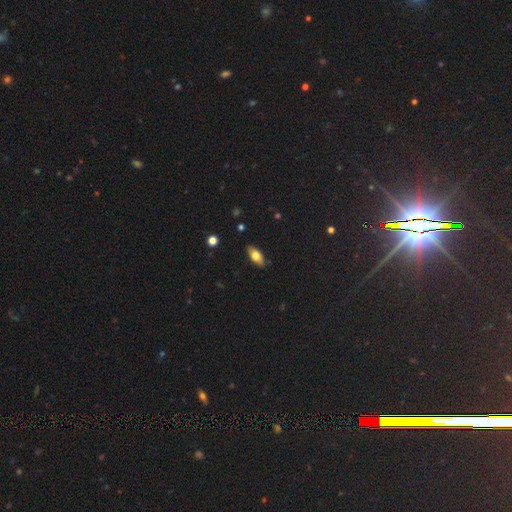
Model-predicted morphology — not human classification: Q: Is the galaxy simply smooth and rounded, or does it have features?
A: smooth — 73%.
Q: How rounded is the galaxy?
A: in between — 87%.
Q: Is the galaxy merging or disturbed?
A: none — 86%.